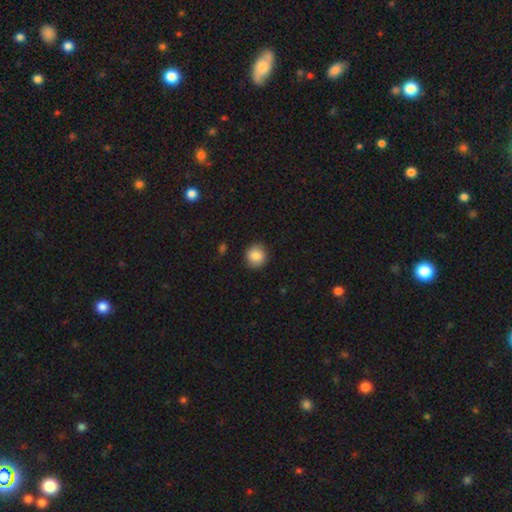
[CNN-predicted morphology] type=smooth (87%); roundness=round (90%); merging=none (88%).